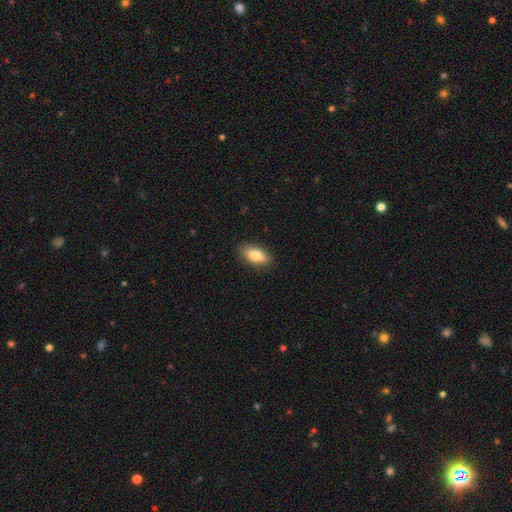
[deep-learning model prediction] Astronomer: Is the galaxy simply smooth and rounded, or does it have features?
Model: smooth — 79%.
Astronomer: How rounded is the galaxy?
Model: in between — 87%.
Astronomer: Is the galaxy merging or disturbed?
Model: none — 88%.